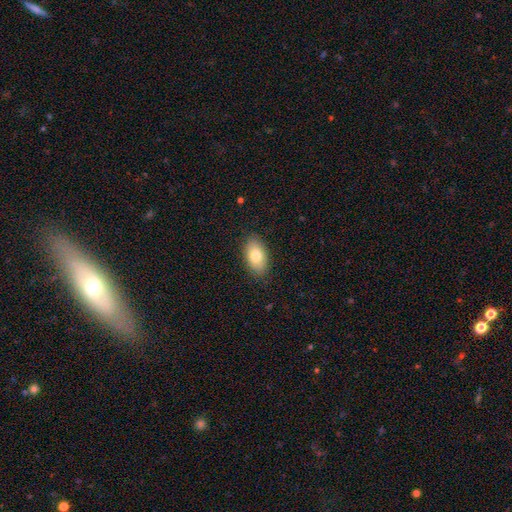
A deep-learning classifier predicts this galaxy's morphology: smooth-or-featured: smooth: 79% | featured or disk: 14% | star or artifact: 7%
  how-rounded: in between: 93% | round: 5% | cigar-shaped: 2%
  merging: none: 86% | minor disturbance: 10% | major disturbance: 2% | merger: 1%